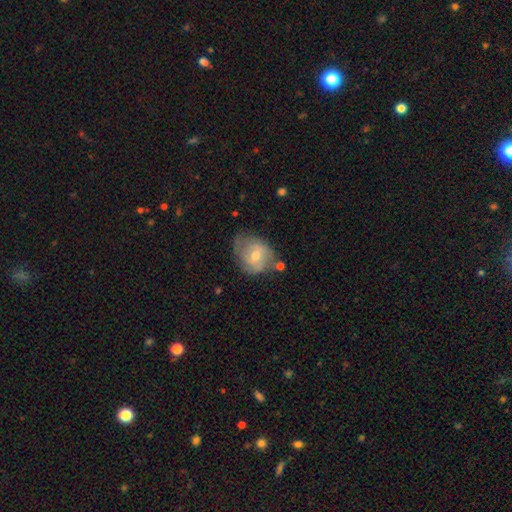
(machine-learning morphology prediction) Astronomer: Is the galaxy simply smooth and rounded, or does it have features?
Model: featured or disk — 49% (runner-up: smooth, 43%).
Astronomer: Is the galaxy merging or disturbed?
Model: none — 51% (runner-up: minor disturbance, 31%).